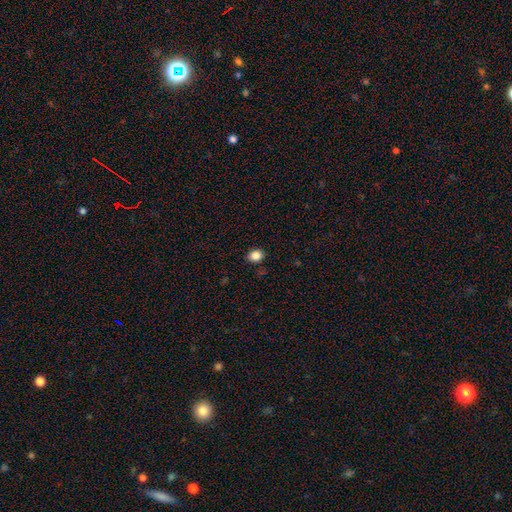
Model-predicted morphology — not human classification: smooth-or-featured: smooth: 85% | star or artifact: 10% | featured or disk: 4%
  how-rounded: round: 55% | in between: 45% | cigar-shaped: 1%
  merging: none: 88% | minor disturbance: 8% | major disturbance: 2% | merger: 1%